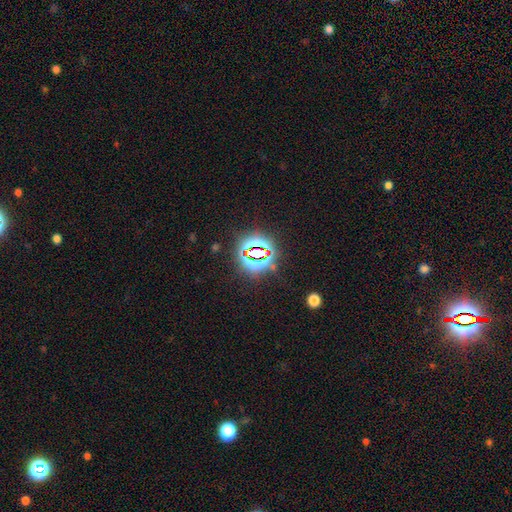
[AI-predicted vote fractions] Smooth or featured?
  - star or artifact: 78% *
  - smooth: 14%
  - featured or disk: 8%